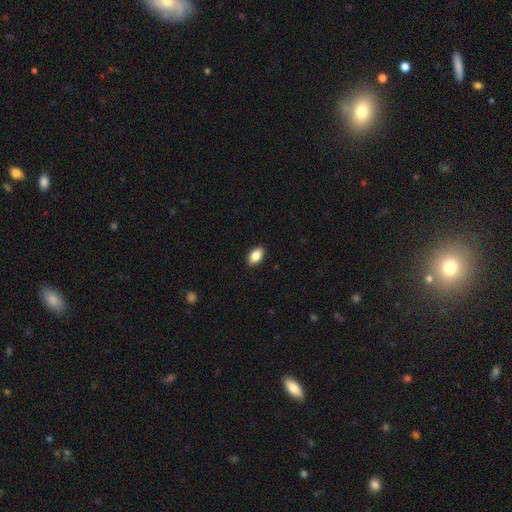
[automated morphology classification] Smooth or featured?
  - smooth: 86% *
  - star or artifact: 8%
  - featured or disk: 7%
How rounded?
  - in between: 90% *
  - round: 8%
  - cigar-shaped: 2%
Merging?
  - none: 90% *
  - minor disturbance: 8%
  - major disturbance: 2%
  - merger: 1%